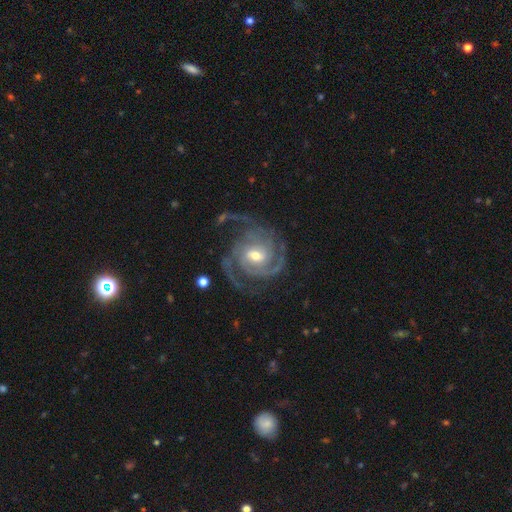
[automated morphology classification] The model was most divided on "spiral arm count": 2: 36%, 3: 34%, can't tell: 10%, 4: 9%, 1: 6%, more than 4: 6%. Remaining: spiral arms — yes (98%); edge-on disk — no (98%); smooth or featured — featured or disk (93%); merging — none (69%); bulge size — moderate (62%); spiral winding — tight (51%); bar — weak (45%).